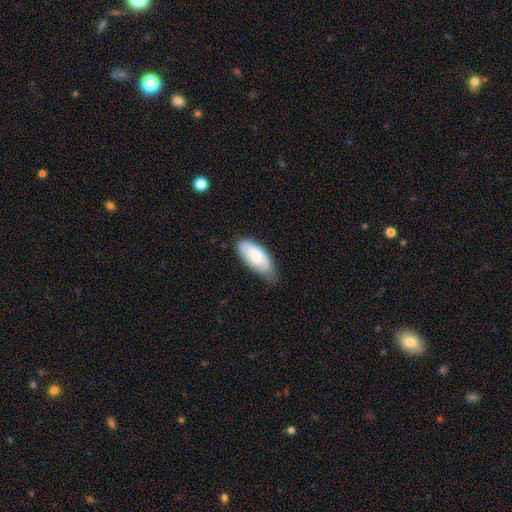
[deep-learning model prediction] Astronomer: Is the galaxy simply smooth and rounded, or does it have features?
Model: smooth — 78%.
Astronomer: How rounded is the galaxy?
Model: in between — 87%.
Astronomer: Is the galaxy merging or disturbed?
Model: none — 55% (runner-up: minor disturbance, 37%).